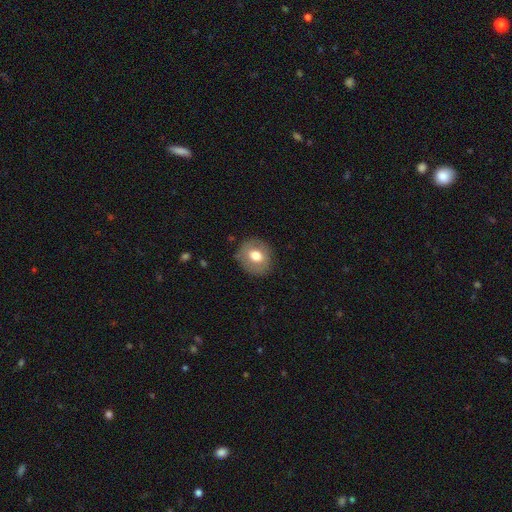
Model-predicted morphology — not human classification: Smooth or featured: smooth — 67% (featured or disk — 25%)
How rounded: round — 71% (in between — 28%)
Merging: none — 83% (minor disturbance — 12%)